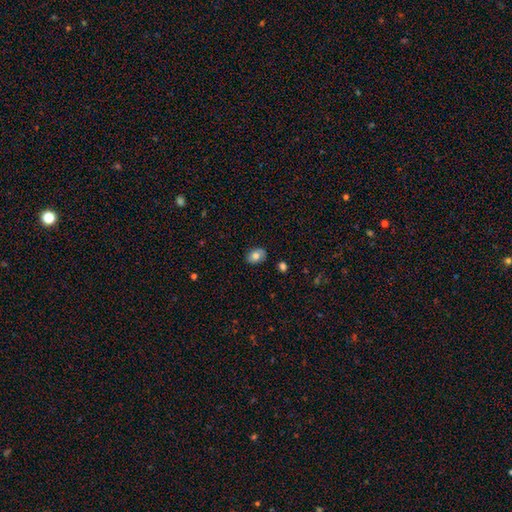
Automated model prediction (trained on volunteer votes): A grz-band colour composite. It shows a smooth galaxy with no disk features (74%) that is in between round and cigar-shaped (74%). Merging: none (83%).